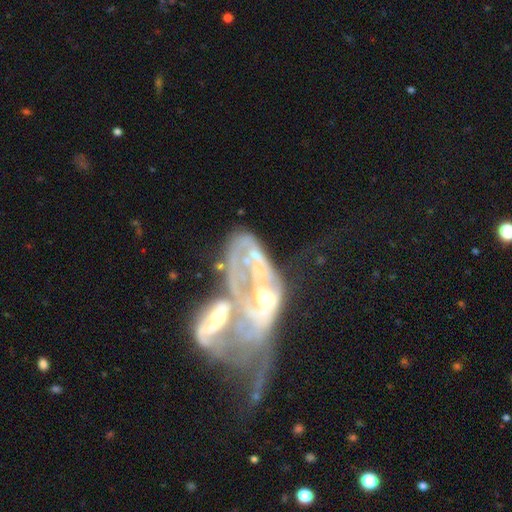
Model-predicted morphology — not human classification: Smooth or featured? Predicted: featured or disk (p=0.69). Edge-on disk? Predicted: no (p=0.94). Bar? Predicted: no (p=0.76). Spiral arms? Predicted: no (p=0.56). Bulge size? Predicted: moderate (p=0.36). Merging? Predicted: merger (p=0.66).